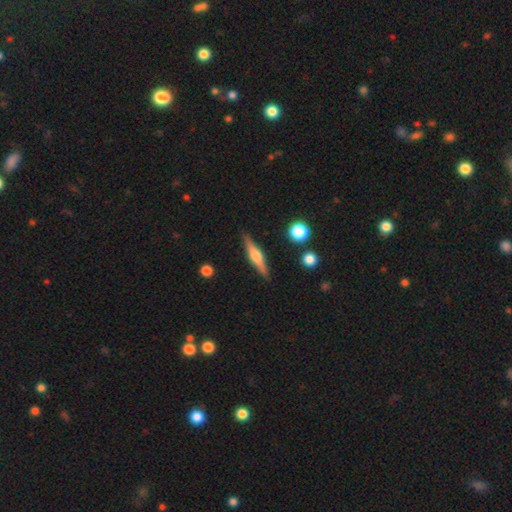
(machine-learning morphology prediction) Smooth or featured?
  - featured or disk: 67% *
  - smooth: 27%
  - star or artifact: 6%
Edge-on disk?
  - yes: 97% *
  - no: 3%
Edge-on bulge?
  - rounded: 88% *
  - boxy: 8%
  - none: 3%
Merging?
  - none: 89% *
  - minor disturbance: 8%
  - merger: 2%
  - major disturbance: 2%